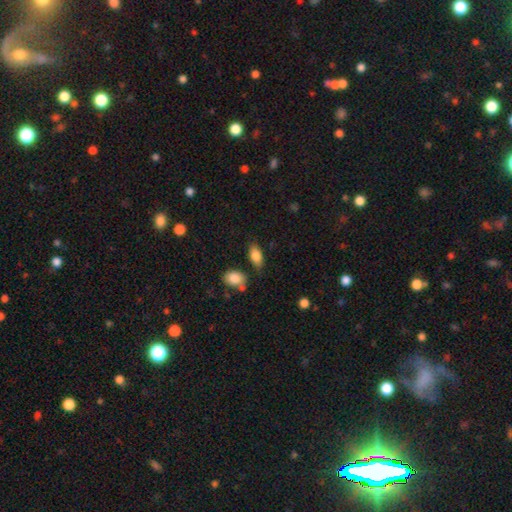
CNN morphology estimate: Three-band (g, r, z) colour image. It shows a smooth galaxy with no disk features (84%) that is in between round and cigar-shaped (89%). Merging: none (73%).